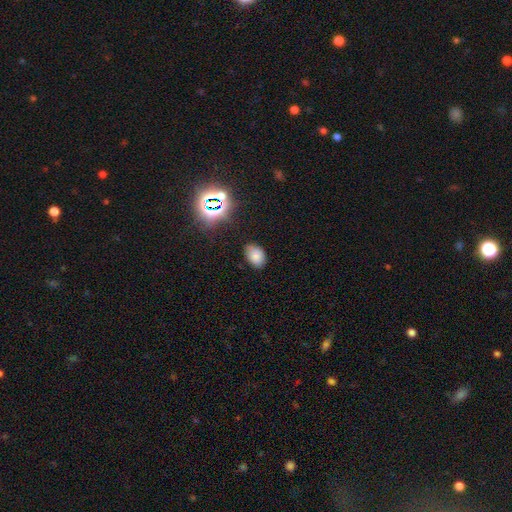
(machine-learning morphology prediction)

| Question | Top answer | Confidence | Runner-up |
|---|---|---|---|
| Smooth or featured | smooth | 79% | star or artifact (15%) |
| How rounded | in between | 85% | round (13%) |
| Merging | none | 80% | minor disturbance (15%) |